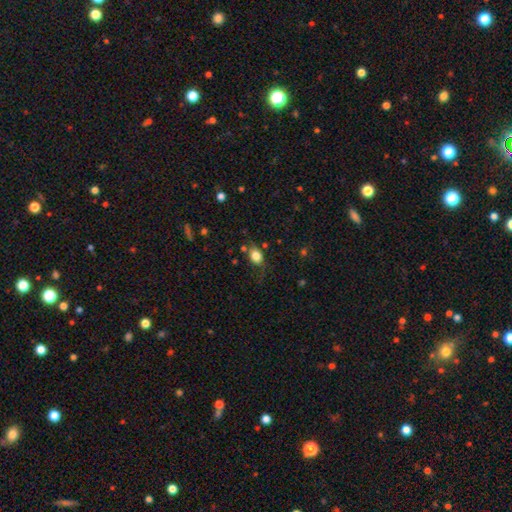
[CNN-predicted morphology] This is likely a smooth galaxy (80%). How rounded: possibly in between (57%). Merging: likely none (63%).